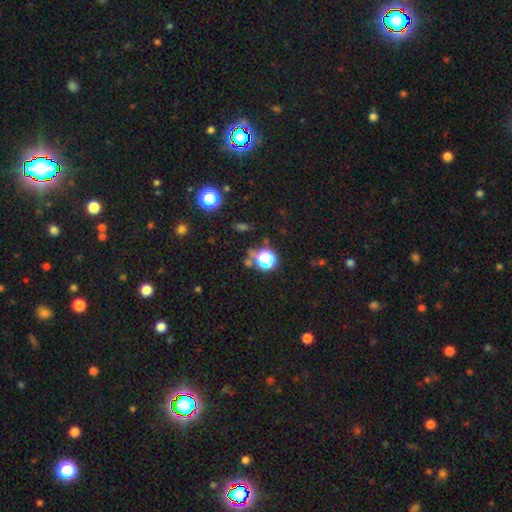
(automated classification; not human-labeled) Q: Smooth or featured?
A: star or artifact (64%); runner-up: smooth (28%)